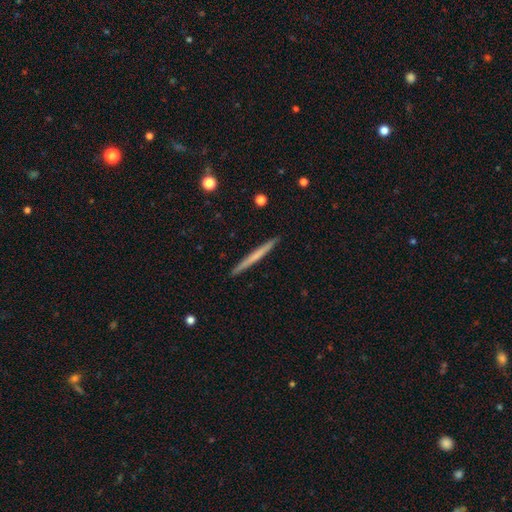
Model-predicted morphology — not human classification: Smooth or featured: smooth — 54% (featured or disk — 41%)
How rounded: cigar-shaped — 97% (in between — 2%)
Merging: none — 93% (minor disturbance — 5%)